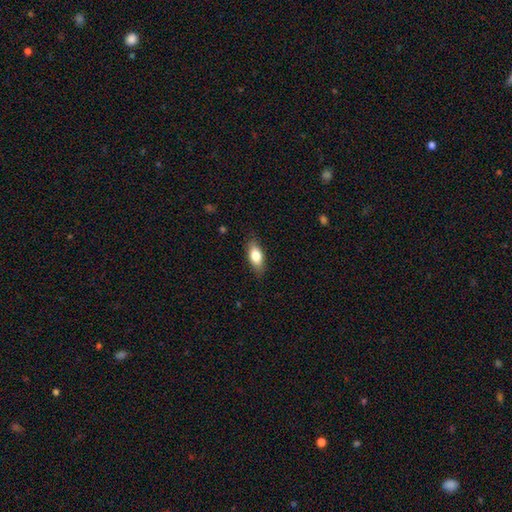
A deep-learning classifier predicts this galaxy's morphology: type=smooth (78%); roundness=in between (83%); merging=none (84%).